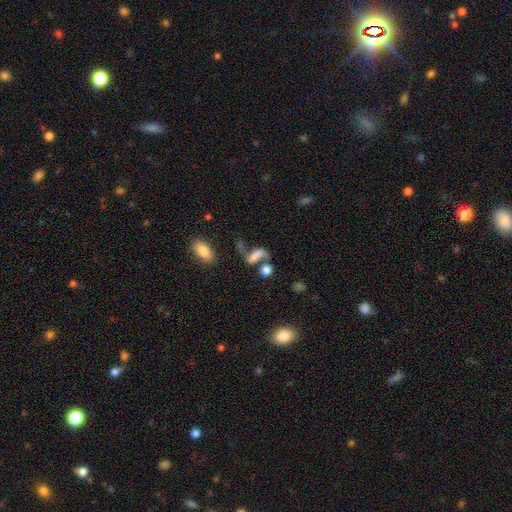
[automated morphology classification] Q: Smooth or featured?
A: featured or disk (43%); runner-up: smooth (42%)
Q: Merging?
A: none (38%); runner-up: merger (27%)